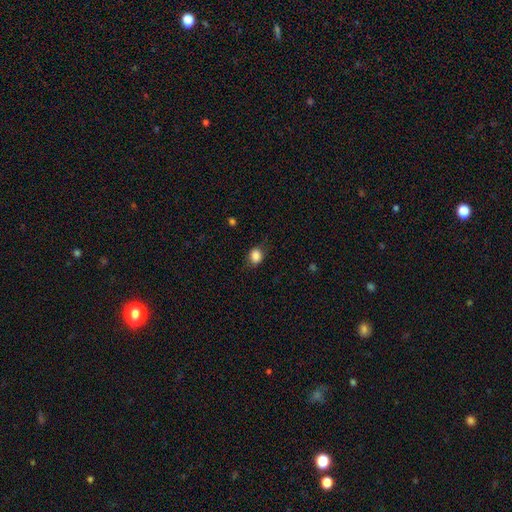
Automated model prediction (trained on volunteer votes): Smooth or featured?
  - smooth: 85% *
  - star or artifact: 9%
  - featured or disk: 5%
How rounded?
  - in between: 50% *
  - round: 48%
  - cigar-shaped: 1%
Merging?
  - none: 76% *
  - minor disturbance: 18%
  - major disturbance: 5%
  - merger: 1%